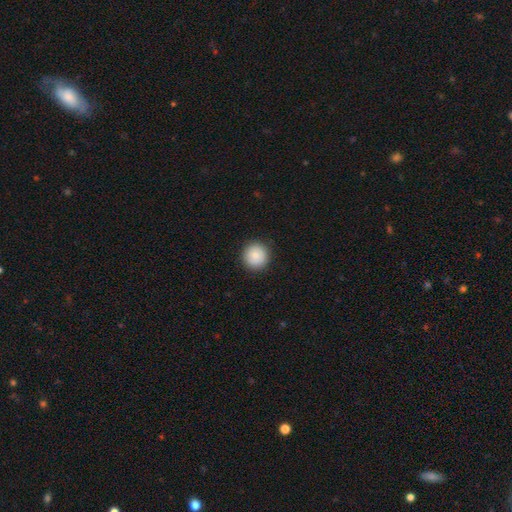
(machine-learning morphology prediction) smooth-or-featured: smooth: 87% | star or artifact: 7% | featured or disk: 5%
  how-rounded: round: 94% | in between: 5% | cigar-shaped: 1%
  merging: none: 92% | minor disturbance: 6% | major disturbance: 2% | merger: 1%